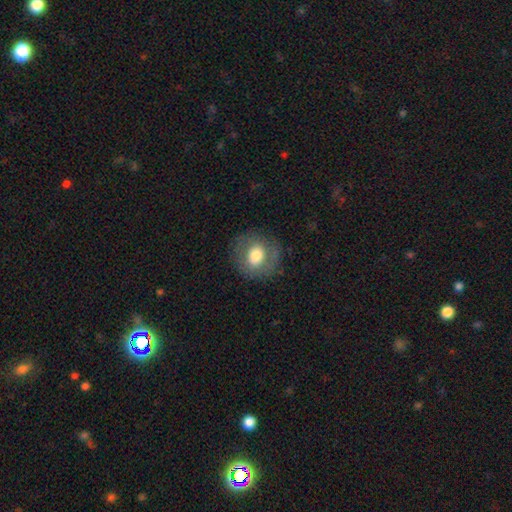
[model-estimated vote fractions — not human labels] smooth-or-featured: smooth: 67% | featured or disk: 24% | star or artifact: 8%
  how-rounded: round: 77% | in between: 22% | cigar-shaped: 1%
  merging: none: 81% | minor disturbance: 12% | major disturbance: 6% | merger: 1%